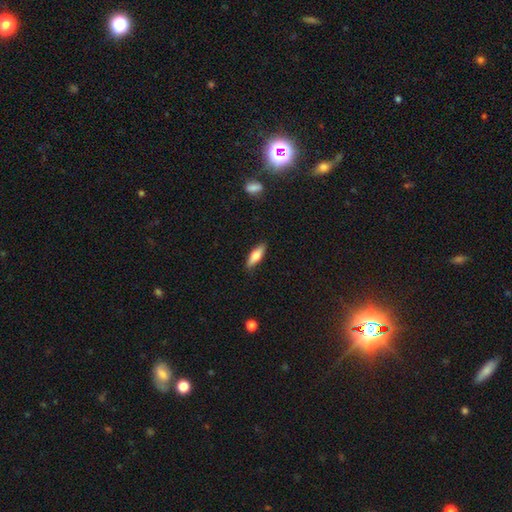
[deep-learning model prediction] This is likely a smooth galaxy (63%). How rounded: possibly cigar-shaped (50%). Merging: clearly none (87%).